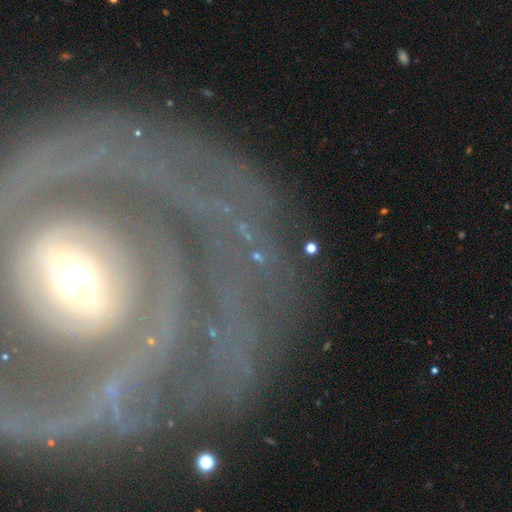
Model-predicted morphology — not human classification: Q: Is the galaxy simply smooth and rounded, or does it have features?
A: featured or disk — 83%.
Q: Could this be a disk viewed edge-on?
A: no — 95%.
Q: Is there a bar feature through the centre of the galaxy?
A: strong — 41%.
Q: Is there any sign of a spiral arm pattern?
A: yes — 82%.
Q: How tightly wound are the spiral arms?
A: tight — 71%.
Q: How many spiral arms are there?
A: can't tell — 31%, tied with 2.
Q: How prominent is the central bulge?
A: moderate — 47%.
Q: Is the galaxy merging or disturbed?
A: none — 71%.